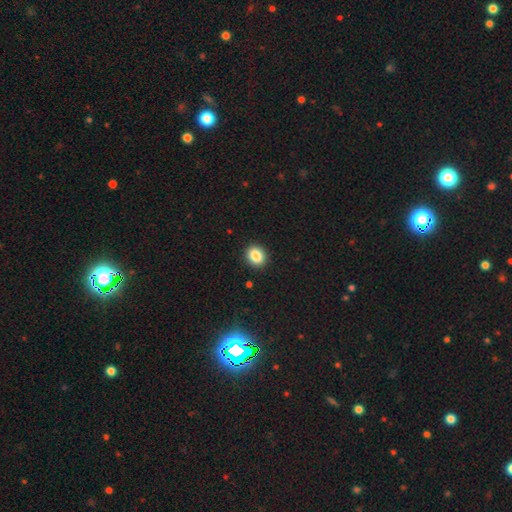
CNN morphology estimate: This appears to be a smooth galaxy with no disk features (85%) that is round (67%). Merging: none (92%).